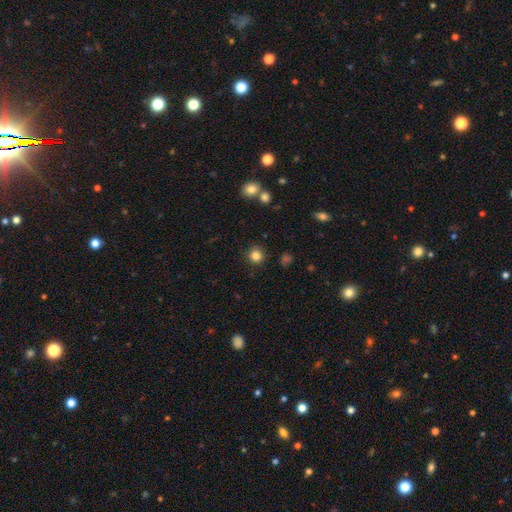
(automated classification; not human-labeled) The model was most divided on "smooth or featured": smooth: 84%, star or artifact: 11%, featured or disk: 5%. More confident: how rounded — round (93%); merging — none (89%).